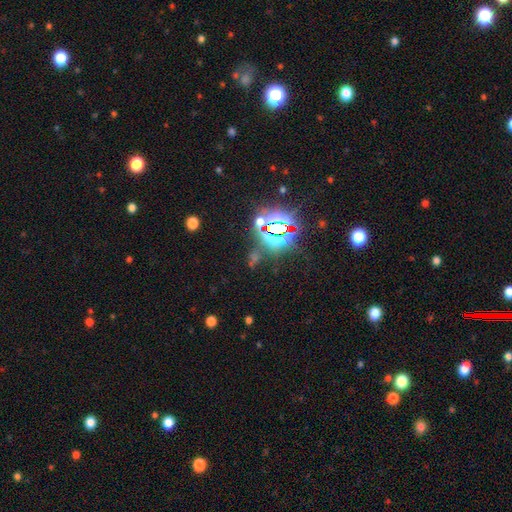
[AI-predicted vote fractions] star or artifact 78%, smooth 13%, featured or disk 8%.